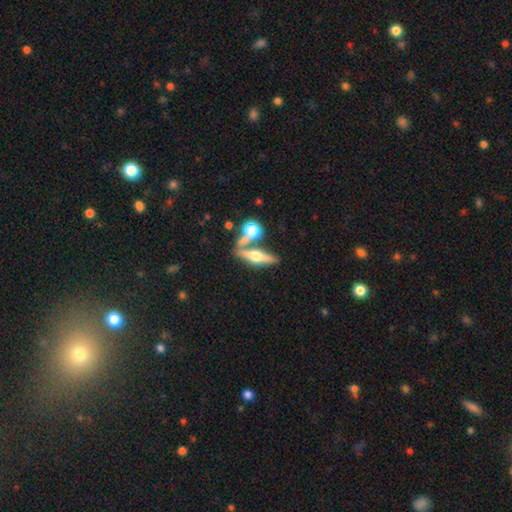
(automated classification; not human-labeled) Smooth or featured: featured or disk — 62% (smooth — 30%)
Edge-on disk: yes — 90% (no — 10%)
Edge-on bulge: rounded — 95% (boxy — 3%)
Merging: none — 58% (merger — 27%)